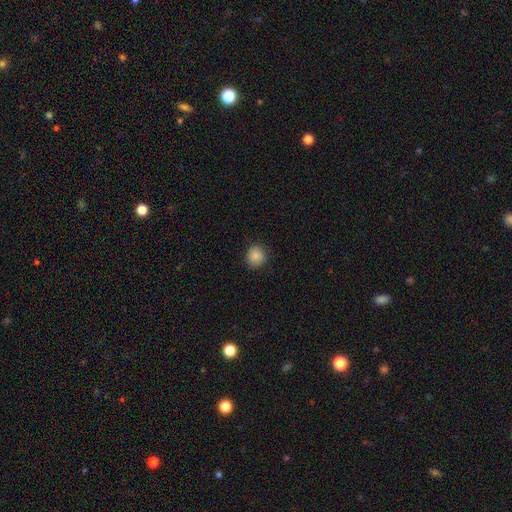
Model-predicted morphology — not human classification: type=smooth (87%); roundness=round (88%); merging=none (86%).